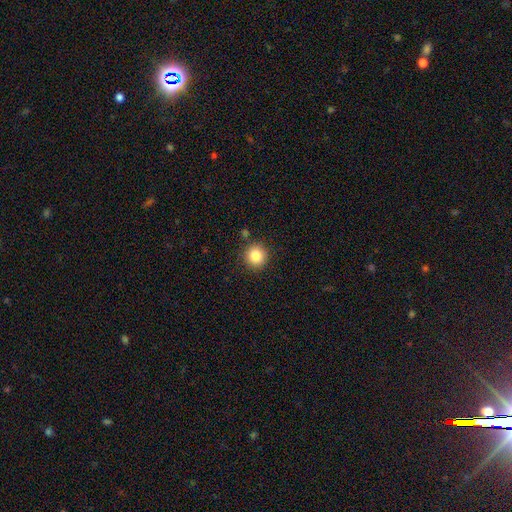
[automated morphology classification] Smooth or featured? Predicted: smooth (p=0.85). How rounded? Predicted: round (p=0.94). Merging? Predicted: none (p=0.87).